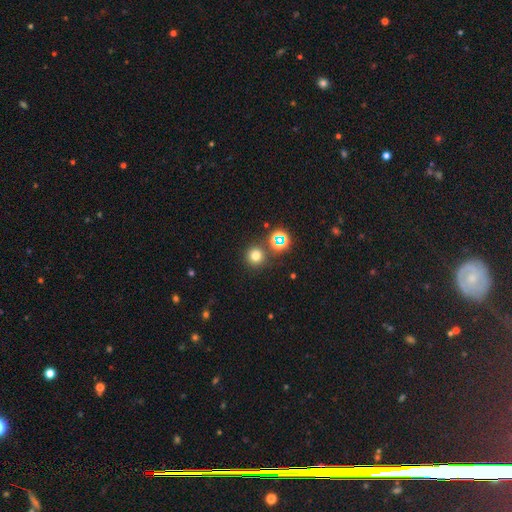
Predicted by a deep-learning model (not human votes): smooth 71%, star or artifact 22%, featured or disk 7%. Down the decision tree: how rounded — round (95%); merging — none (83%).